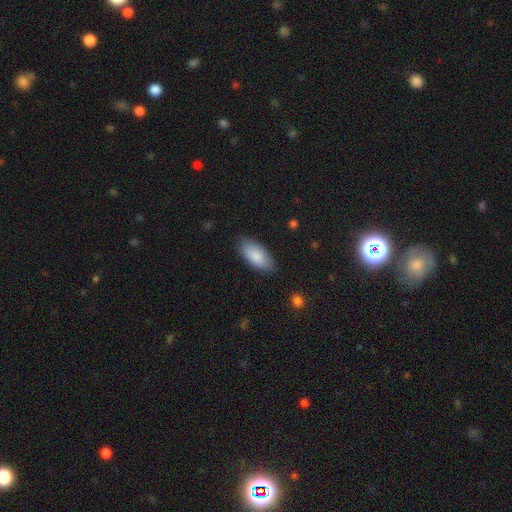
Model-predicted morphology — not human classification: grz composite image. It shows a smooth galaxy with no disk features (86%) that is in between round and cigar-shaped (90%). Merging: none (82%).